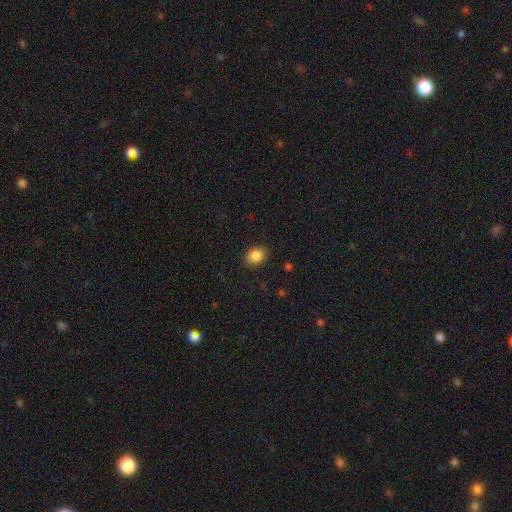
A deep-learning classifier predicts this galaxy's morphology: This appears to be a smooth galaxy with no disk features (87%) that is round (60%). Merging: none (88%).